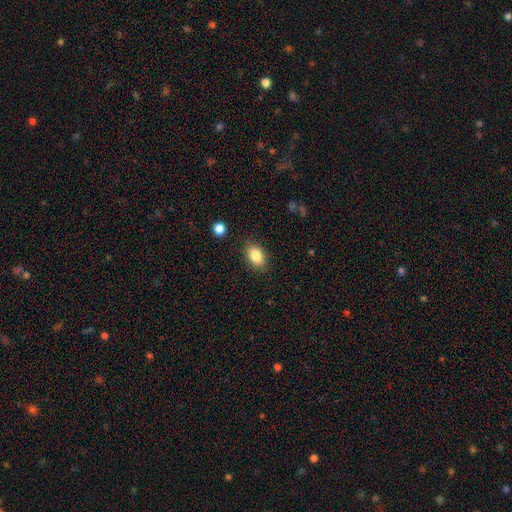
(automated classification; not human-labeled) smooth 85%, star or artifact 8%, featured or disk 7%. Down the decision tree: how rounded — in between (88%); merging — none (86%).